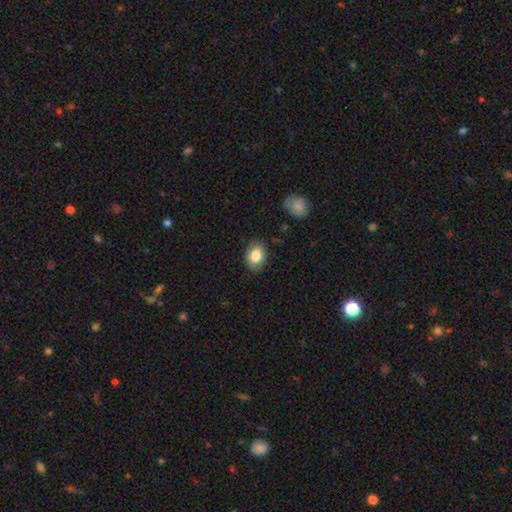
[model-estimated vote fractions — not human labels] smooth-or-featured: smooth: 83% | featured or disk: 10% | star or artifact: 8%
  how-rounded: in between: 72% | round: 27% | cigar-shaped: 1%
  merging: none: 84% | minor disturbance: 12% | major disturbance: 3% | merger: 1%